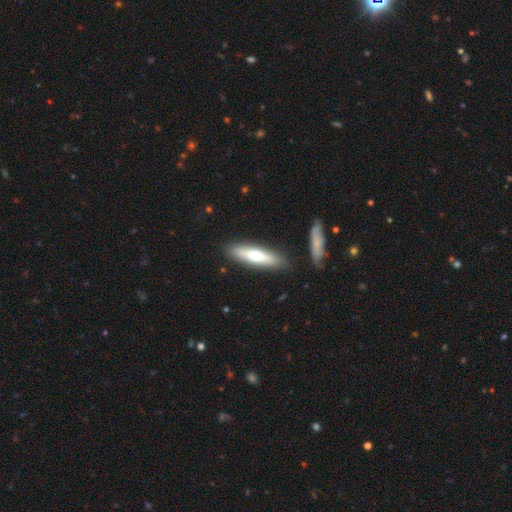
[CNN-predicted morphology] Overall: smooth (56%; featured or disk 39%). How rounded: cigar-shaped (70%). Merging: none (86%).